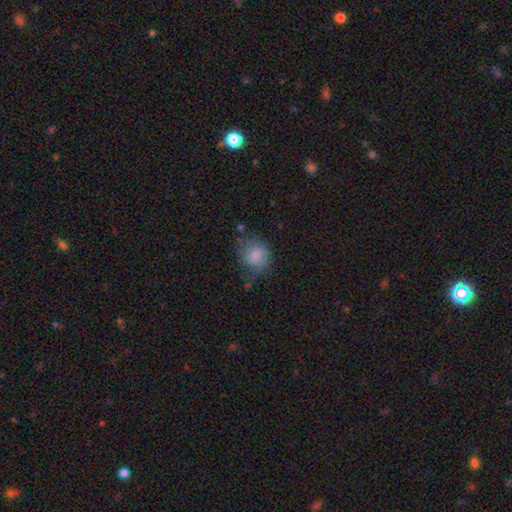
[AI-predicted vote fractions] The model was most divided on "merging": none: 39%, minor disturbance: 32%, major disturbance: 25%, merger: 4%. More confident: how rounded — round (75%); smooth or featured — smooth (68%).